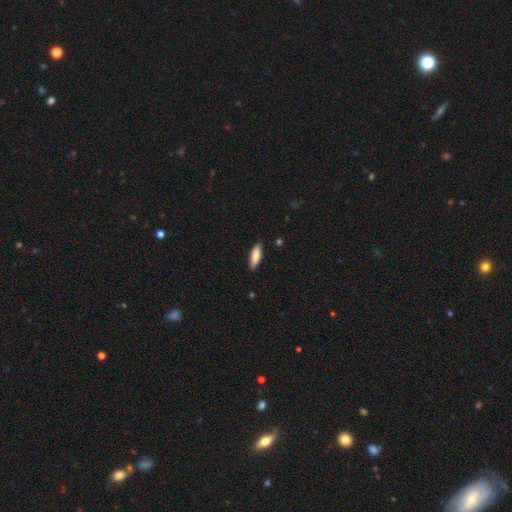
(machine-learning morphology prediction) Overall: smooth (83%). How rounded: in between (54%; cigar-shaped 45%). Merging: none (84%).